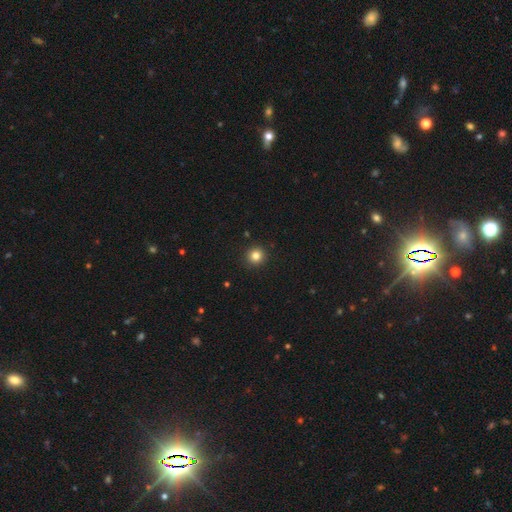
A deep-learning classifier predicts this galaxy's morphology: smooth_or_featured: smooth (p=0.82) [alt: star or artifact p=0.12]
how_rounded: round (p=0.95) [alt: in between p=0.05]
merging: none (p=0.93) [alt: minor disturbance p=0.05]